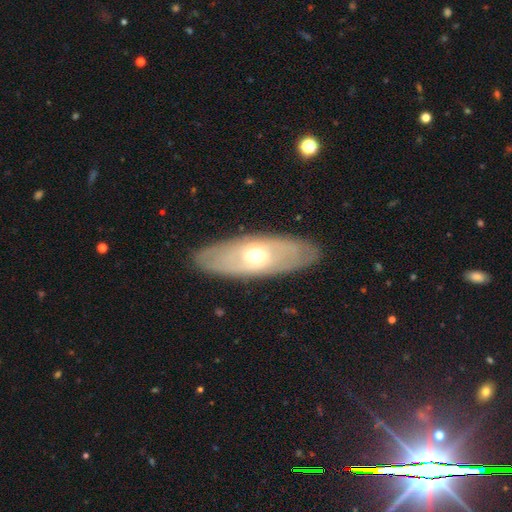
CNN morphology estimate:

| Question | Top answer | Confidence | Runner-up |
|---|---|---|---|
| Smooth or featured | featured or disk | 60% | smooth (34%) |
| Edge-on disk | no | 77% | yes (23%) |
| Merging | none | 85% | minor disturbance (10%) |